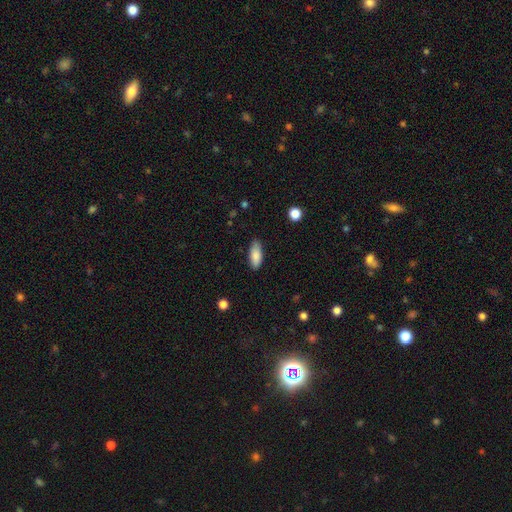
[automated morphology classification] smooth 86%, featured or disk 7%, star or artifact 6%. Down the decision tree: how rounded — in between (79%); merging — none (84%).